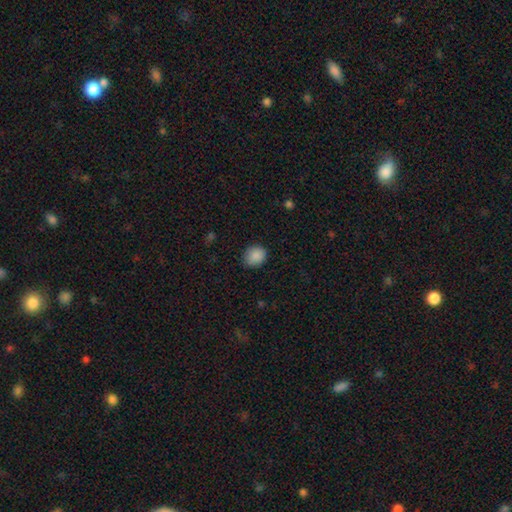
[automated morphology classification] Smooth or featured: smooth — 88% (star or artifact — 8%)
How rounded: round — 56% (in between — 43%)
Merging: none — 79% (minor disturbance — 17%)